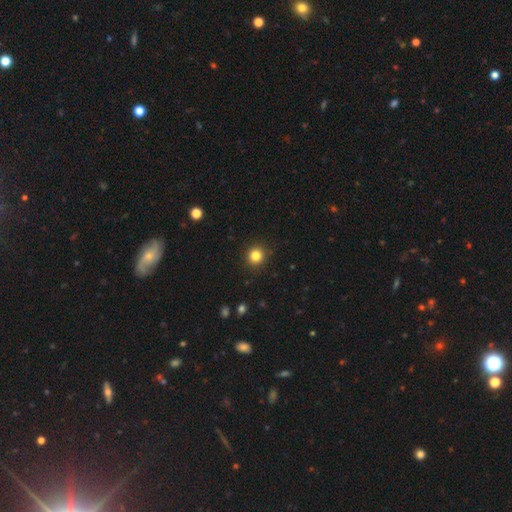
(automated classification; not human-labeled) Morphology: type=smooth (83%); roundness=round (92%); merging=none (91%).